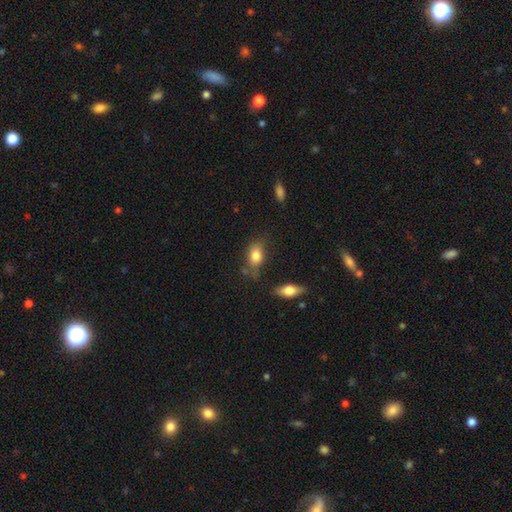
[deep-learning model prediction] This appears to be a smooth galaxy with no disk features (81%) that is in between round and cigar-shaped (82%). Merging: none (64%).